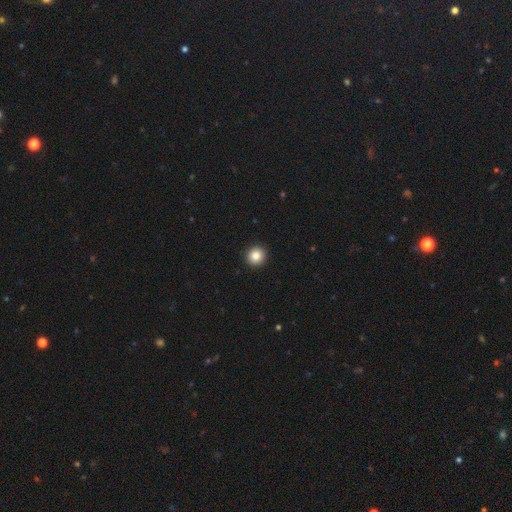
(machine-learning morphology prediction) This is clearly a smooth galaxy (86%). How rounded: clearly round (94%). Merging: clearly none (94%).